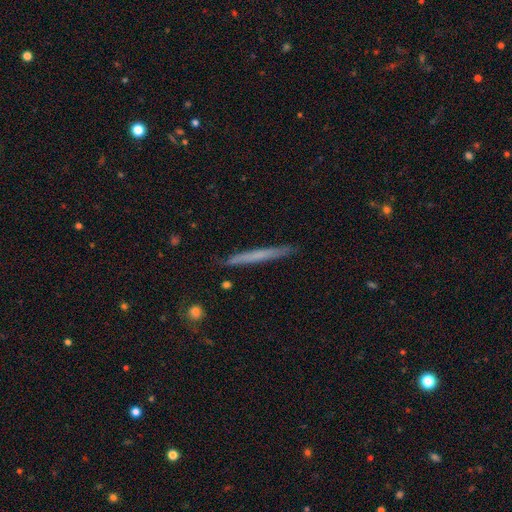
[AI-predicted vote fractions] Smooth or featured?
  - smooth: 55% *
  - featured or disk: 38%
  - star or artifact: 6%
How rounded?
  - cigar-shaped: 97% *
  - in between: 2%
  - round: 1%
Merging?
  - none: 91% *
  - minor disturbance: 7%
  - major disturbance: 1%
  - merger: 1%